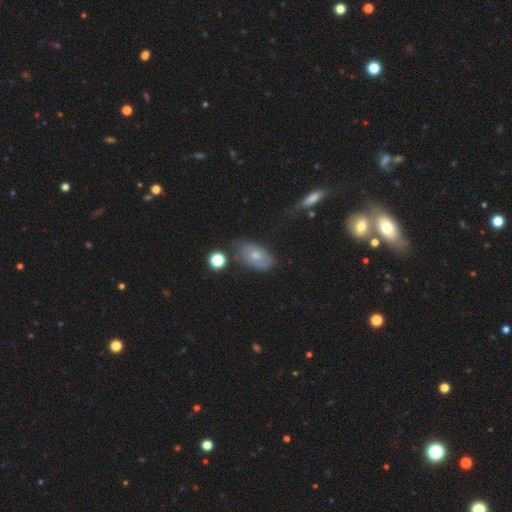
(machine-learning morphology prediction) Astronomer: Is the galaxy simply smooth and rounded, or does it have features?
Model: smooth — 63%.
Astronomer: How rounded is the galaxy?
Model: in between — 90%.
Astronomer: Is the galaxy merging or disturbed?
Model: none — 54% (runner-up: minor disturbance, 30%).